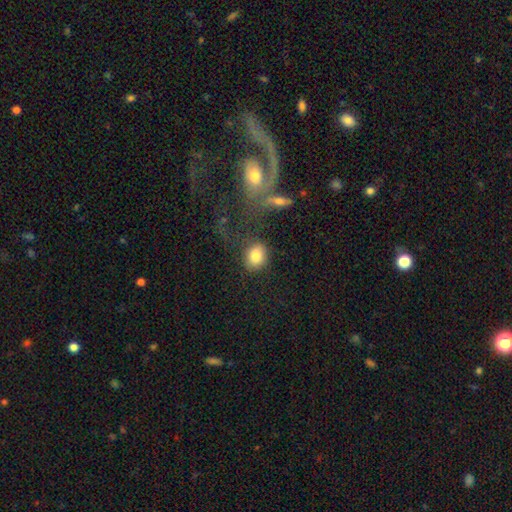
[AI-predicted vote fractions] Smooth or featured? Predicted: smooth (p=0.82). How rounded? Predicted: round (p=0.57). Merging? Predicted: none (p=0.76).